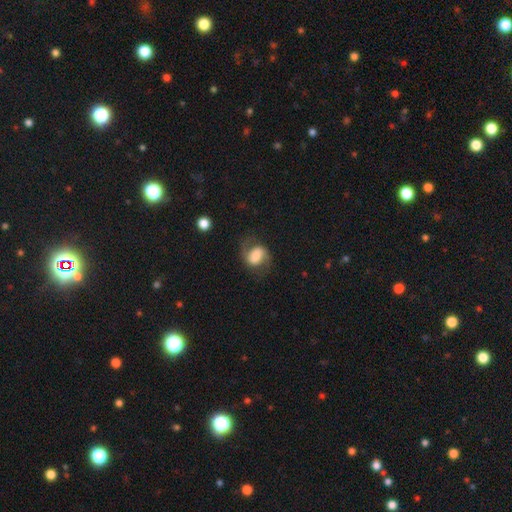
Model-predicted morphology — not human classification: The model was most divided on "bar": weak: 40%, no: 34%, strong: 26%. Remaining: edge-on disk — no (97%); spiral arms — yes (89%); merging — none (65%); smooth or featured — featured or disk (55%); bulge size — large (35%).